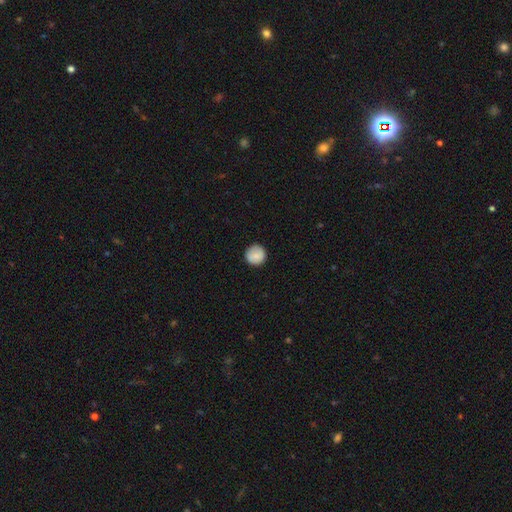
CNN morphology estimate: Q: Smooth or featured?
A: smooth (85%); runner-up: featured or disk (8%)
Q: How rounded?
A: round (95%); runner-up: in between (4%)
Q: Merging?
A: none (89%); runner-up: minor disturbance (8%)